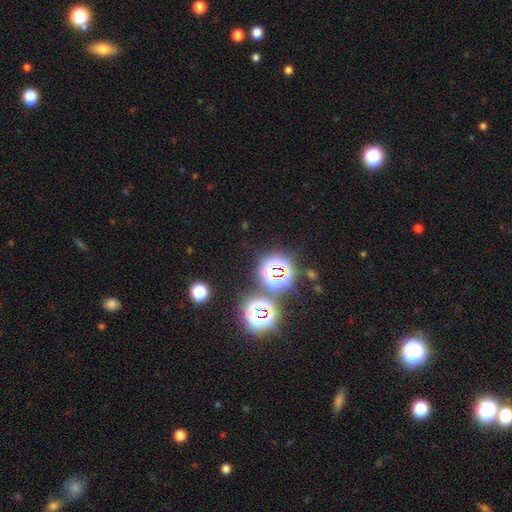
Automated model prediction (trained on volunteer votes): Smooth or featured? Predicted: star or artifact (p=0.77).